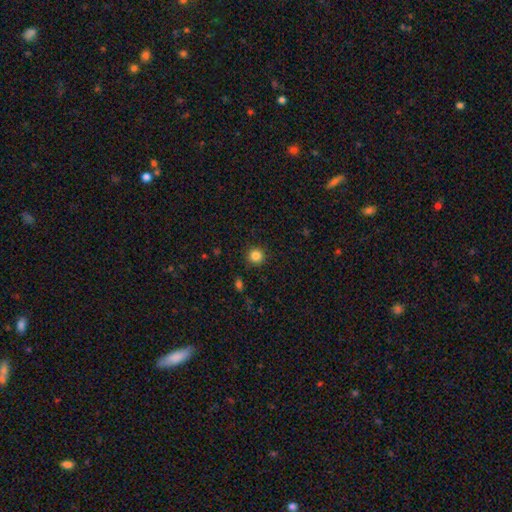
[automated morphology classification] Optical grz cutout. It shows a smooth galaxy with no disk features (84%) that is round (94%). Merging: none (91%).